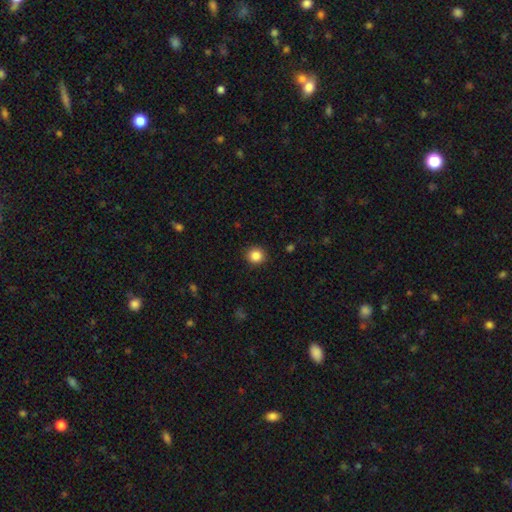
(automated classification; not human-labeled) This appears to be a smooth galaxy with no disk features (86%) that is round (92%). Merging: none (92%).